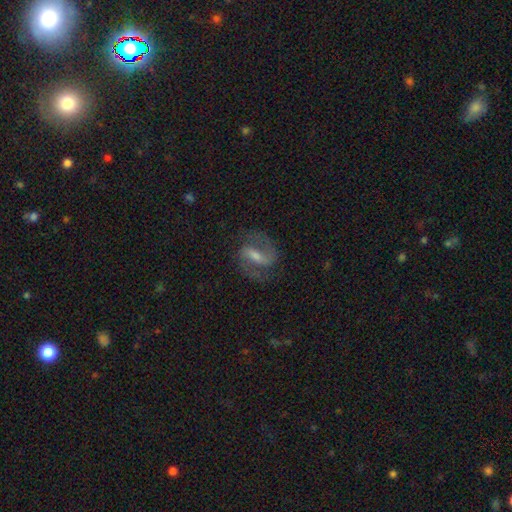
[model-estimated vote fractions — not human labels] The model was most divided on "bulge size": moderate: 42%, small: 39%, none: 10%, large: 7%, dominant: 1%. Remaining: edge-on disk — no (96%); spiral arms — yes (95%); spiral arm count — 2 (91%); smooth or featured — featured or disk (84%); merging — none (78%); spiral winding — medium (58%); bar — strong (49%).